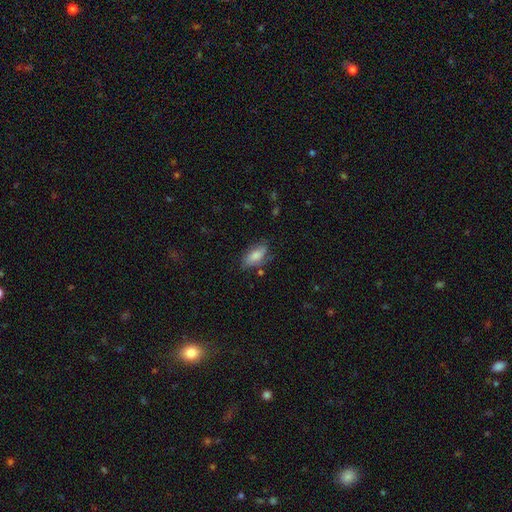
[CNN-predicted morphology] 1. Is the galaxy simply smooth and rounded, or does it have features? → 73% smooth, 19% featured or disk, 7% star or artifact.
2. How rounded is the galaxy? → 88% in between, 10% cigar-shaped, 3% round.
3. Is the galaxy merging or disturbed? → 61% none, 27% minor disturbance, 9% major disturbance, 4% merger.